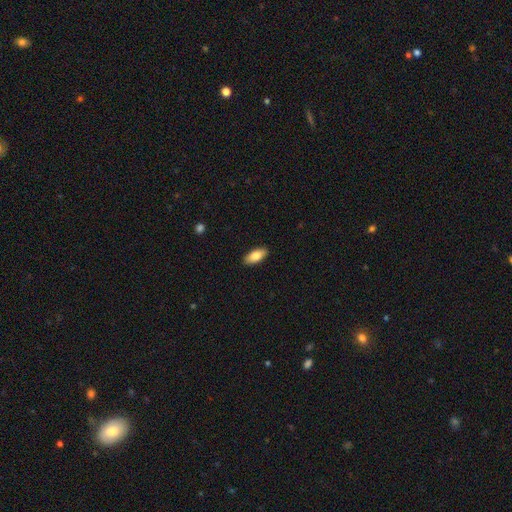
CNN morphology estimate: This is clearly a smooth galaxy (81%). How rounded: clearly in between (88%). Merging: clearly none (90%).